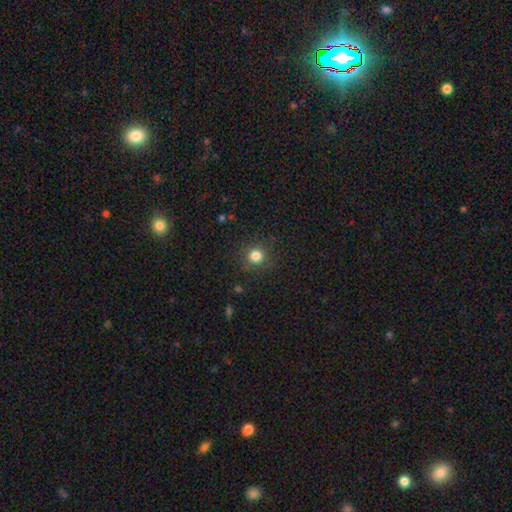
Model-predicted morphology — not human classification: Smooth or featured? smooth (82%)
How rounded? round (90%)
Merging? none (88%)